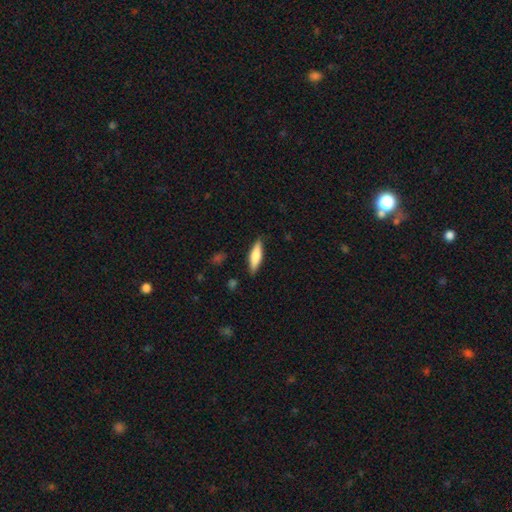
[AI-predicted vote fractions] Smooth or featured: smooth — 71% (featured or disk — 23%)
How rounded: cigar-shaped — 60% (in between — 39%)
Merging: none — 86% (minor disturbance — 11%)